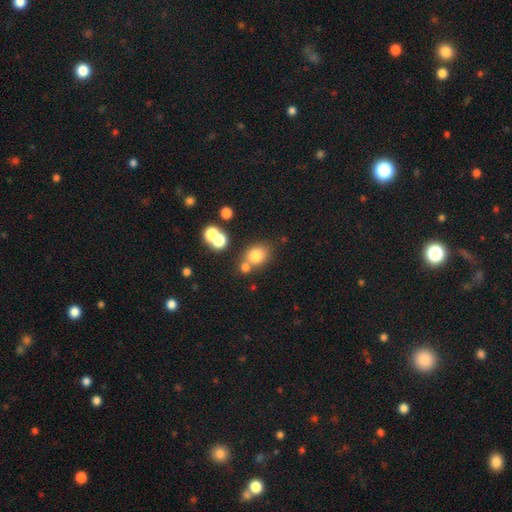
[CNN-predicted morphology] smooth 76%, star or artifact 14%, featured or disk 9%. Down the decision tree: how rounded — round (60%); merging — none (61%).